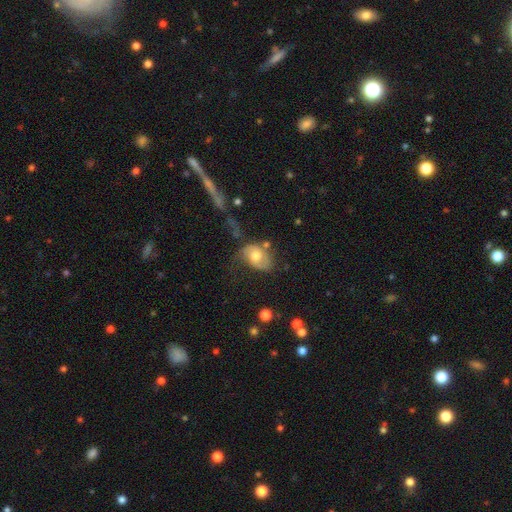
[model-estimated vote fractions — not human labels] Morphology: type=featured or disk (46%, tied with smooth); merging=none (36%).